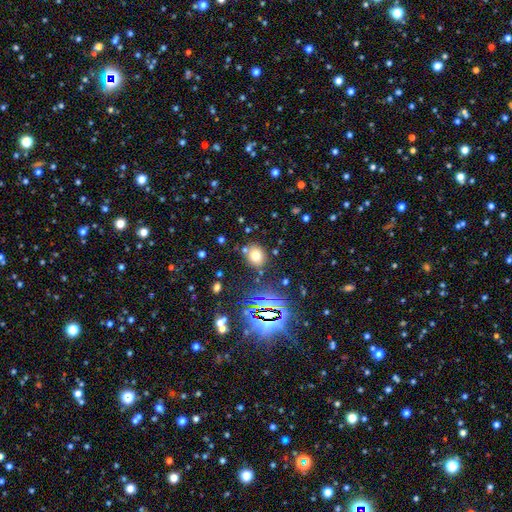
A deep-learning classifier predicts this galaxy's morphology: Smooth or featured: smooth — 68% (star or artifact — 22%)
How rounded: round — 66% (in between — 33%)
Merging: none — 77% (minor disturbance — 11%)